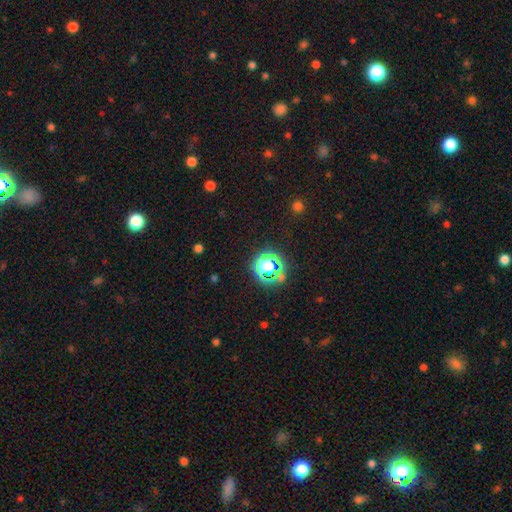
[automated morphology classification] Q: Smooth or featured?
A: star or artifact (58%); runner-up: smooth (33%)